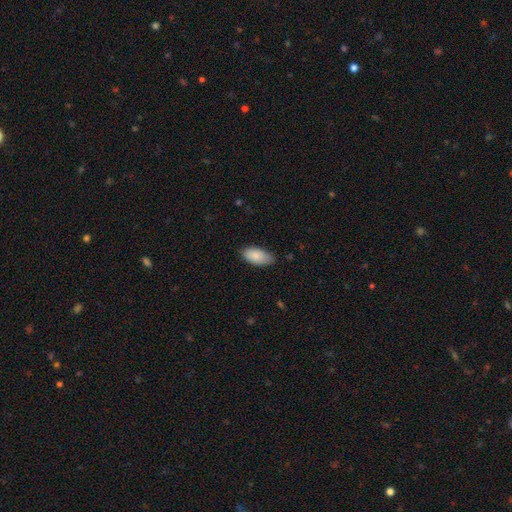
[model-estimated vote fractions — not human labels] Smooth or featured? Predicted: smooth (p=0.85). How rounded? Predicted: in between (p=0.94). Merging? Predicted: none (p=0.71).